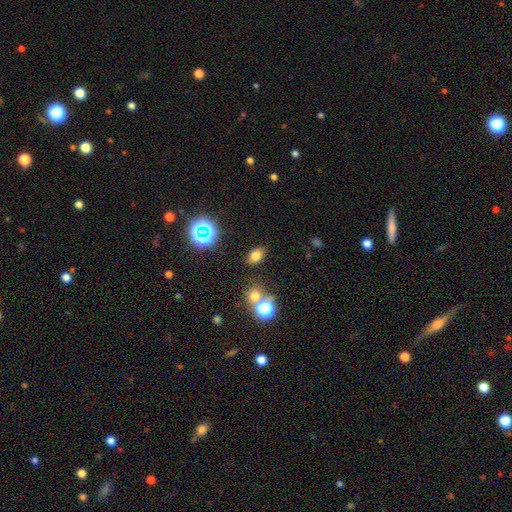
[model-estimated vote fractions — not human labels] smooth-or-featured: smooth: 73% | star or artifact: 18% | featured or disk: 8%
  how-rounded: in between: 78% | round: 21% | cigar-shaped: 2%
  merging: none: 81% | minor disturbance: 10% | merger: 5% | major disturbance: 3%